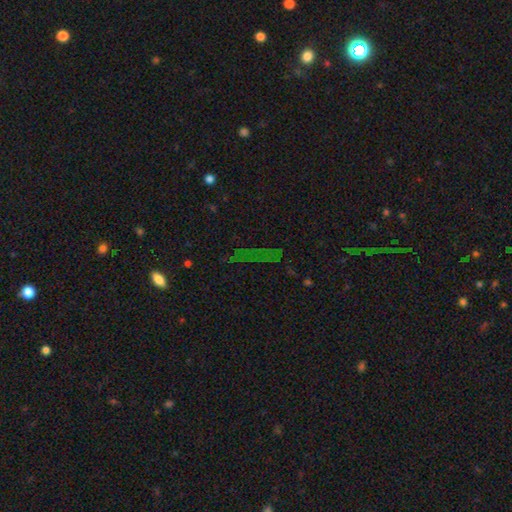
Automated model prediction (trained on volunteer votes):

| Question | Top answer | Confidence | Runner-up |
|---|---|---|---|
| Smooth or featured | star or artifact | 68% | smooth (19%) |